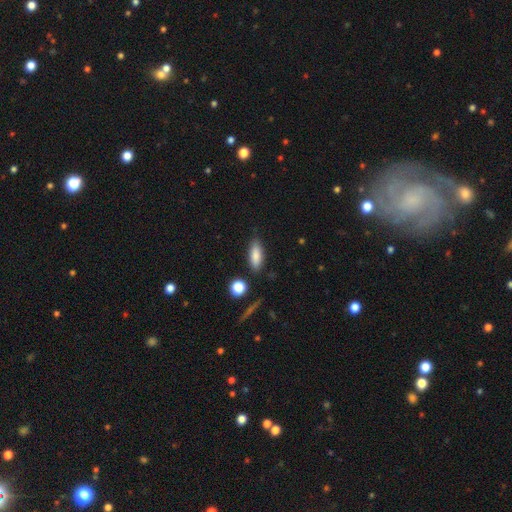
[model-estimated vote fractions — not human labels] A smooth galaxy with no disk features (84%) that is in between round and cigar-shaped (74%). Merging: none (81%).